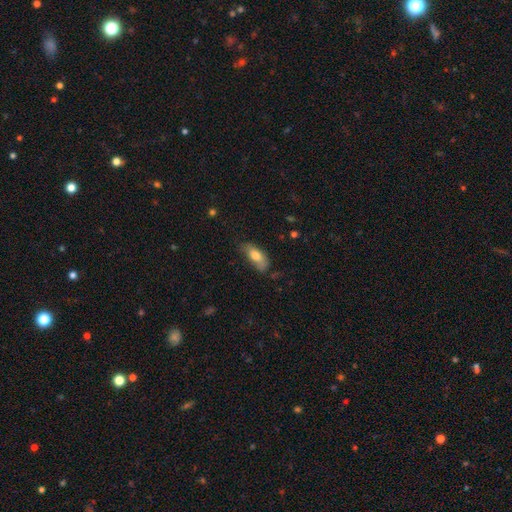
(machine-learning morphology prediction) This is likely a smooth galaxy (73%). How rounded: likely in between (79%). Merging: possibly none (55%).